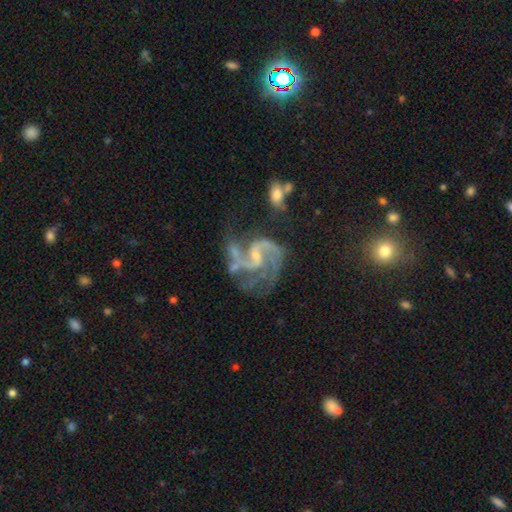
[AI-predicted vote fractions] Smooth or featured? Predicted: featured or disk (p=0.90). Edge-on disk? Predicted: no (p=0.98). Bar? Predicted: weak (p=0.51). Spiral arms? Predicted: yes (p=0.97). Spiral winding? Predicted: medium (p=0.54). Spiral arm count? Predicted: 2 (p=0.71). Bulge size? Predicted: small (p=0.63). Merging? Predicted: none (p=0.42).